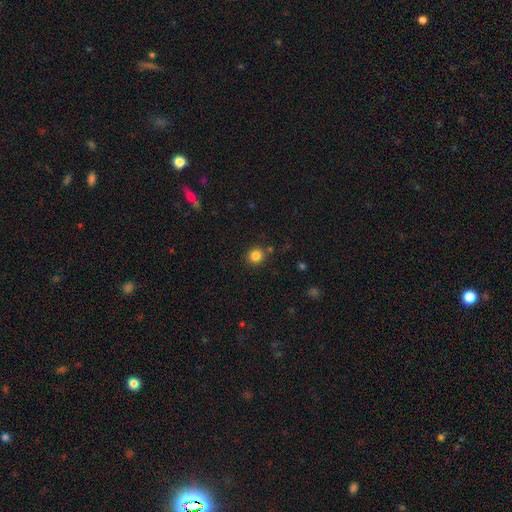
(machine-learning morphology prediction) smooth_or_featured: smooth (p=0.84) [alt: star or artifact p=0.12]
how_rounded: round (p=0.91) [alt: in between p=0.08]
merging: none (p=0.85) [alt: minor disturbance p=0.08]